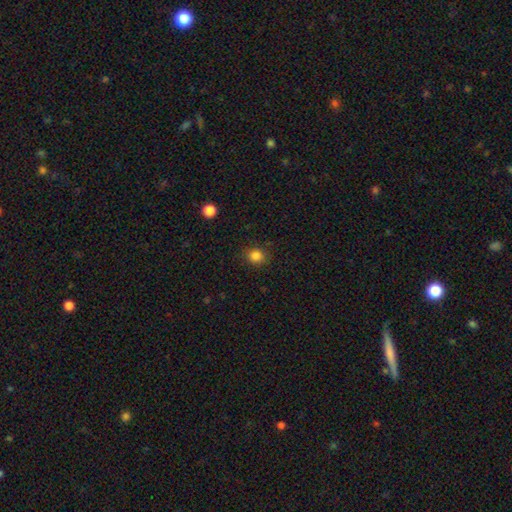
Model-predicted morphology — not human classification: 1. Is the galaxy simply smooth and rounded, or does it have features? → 85% smooth, 11% star or artifact, 4% featured or disk.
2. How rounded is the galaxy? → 82% round, 17% in between, 1% cigar-shaped.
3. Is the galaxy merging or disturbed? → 88% none, 8% minor disturbance, 3% major disturbance, 1% merger.